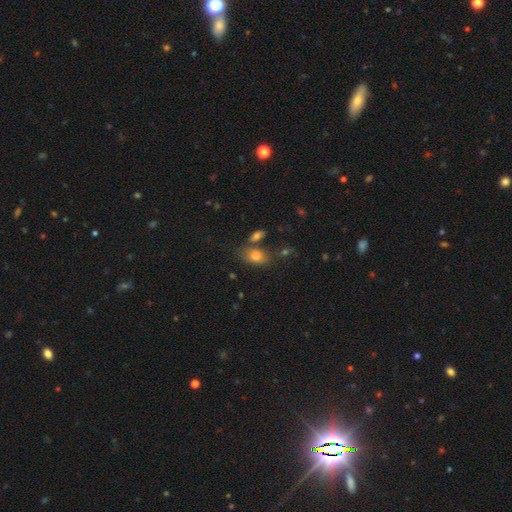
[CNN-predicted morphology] Smooth or featured? smooth (78%)
How rounded? in between (85%)
Merging? none (60%)